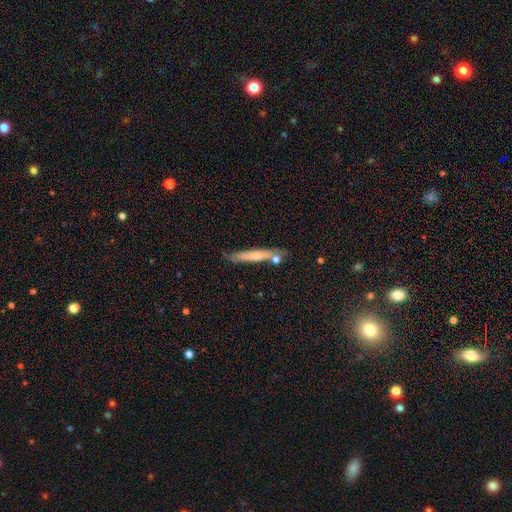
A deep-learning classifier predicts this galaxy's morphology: type=smooth (57%); roundness=cigar-shaped (93%); merging=none (71%).